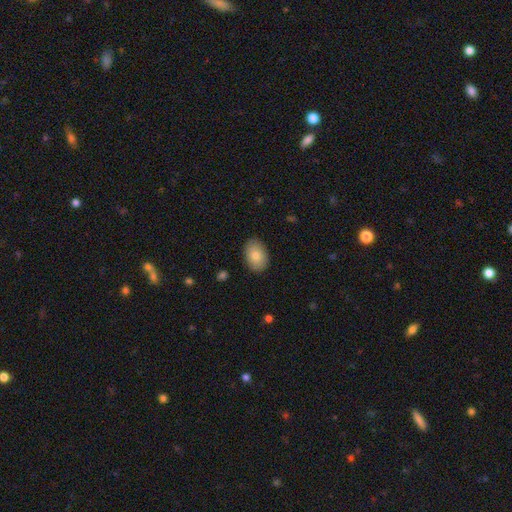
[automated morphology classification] Overall: smooth (82%). How rounded: in between (84%). Merging: none (86%).